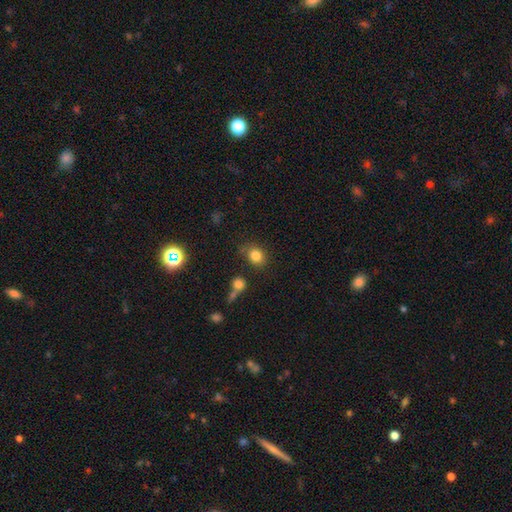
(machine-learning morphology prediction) A smooth galaxy with no disk features (83%) that is round (61%).

Vote fractions:
- Smooth or featured? smooth: 83% / star or artifact: 11% / featured or disk: 6%
- How rounded? round: 61% / in between: 38% / cigar-shaped: 1%
- Merging? none: 73% / minor disturbance: 15% / merger: 7% / major disturbance: 5%